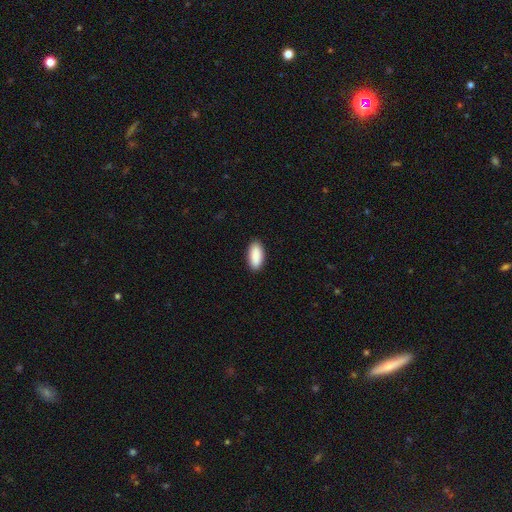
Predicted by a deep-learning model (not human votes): Q: Smooth or featured?
A: smooth (91%); runner-up: star or artifact (6%)
Q: How rounded?
A: in between (91%); runner-up: cigar-shaped (7%)
Q: Merging?
A: none (90%); runner-up: minor disturbance (7%)